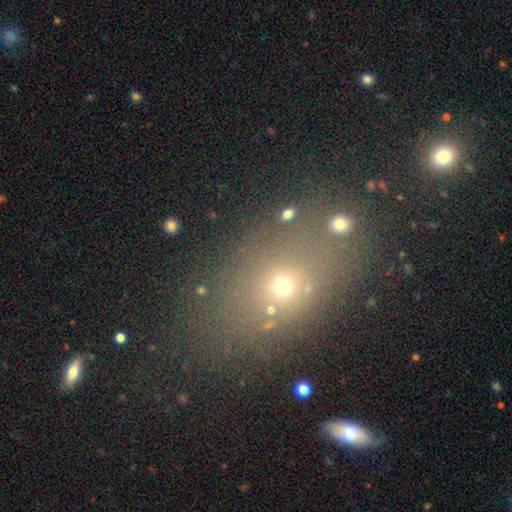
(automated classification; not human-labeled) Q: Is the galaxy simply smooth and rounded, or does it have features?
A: smooth — 51%.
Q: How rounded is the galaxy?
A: in between — 64%.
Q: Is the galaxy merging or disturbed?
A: none — 74%.